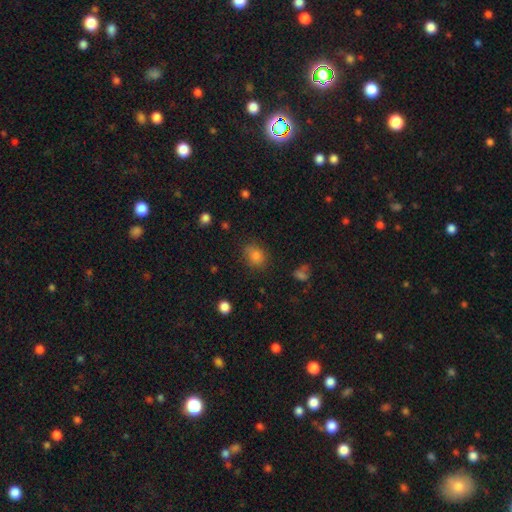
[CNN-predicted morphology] Overall: smooth (80%). How rounded: in between (50%; round 48%). Merging: none (77%).